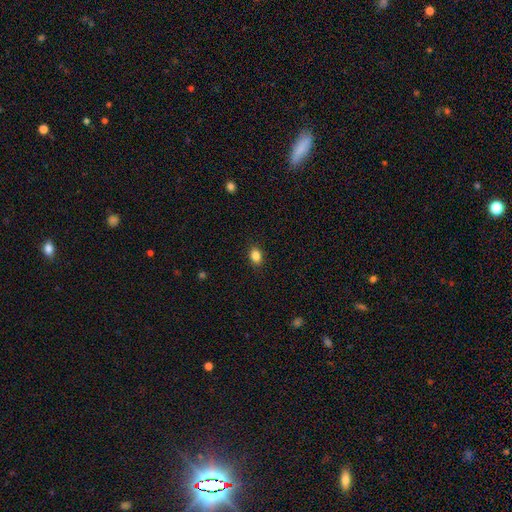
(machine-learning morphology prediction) Smooth or featured: smooth — 86% (star or artifact — 10%)
How rounded: in between — 69% (round — 30%)
Merging: none — 89% (minor disturbance — 8%)